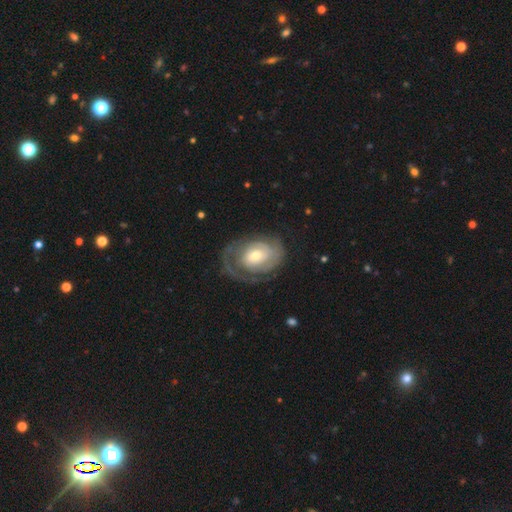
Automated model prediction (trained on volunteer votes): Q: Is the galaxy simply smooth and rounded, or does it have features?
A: featured or disk — 78%.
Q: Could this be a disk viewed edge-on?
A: no — 96%.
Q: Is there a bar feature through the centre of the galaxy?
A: no — 66%.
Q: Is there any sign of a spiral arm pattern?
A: yes — 87%.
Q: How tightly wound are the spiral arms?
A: tight — 64%.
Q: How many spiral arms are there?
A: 2 — 35%.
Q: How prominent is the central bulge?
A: moderate — 58%.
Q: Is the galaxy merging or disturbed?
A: none — 62%.